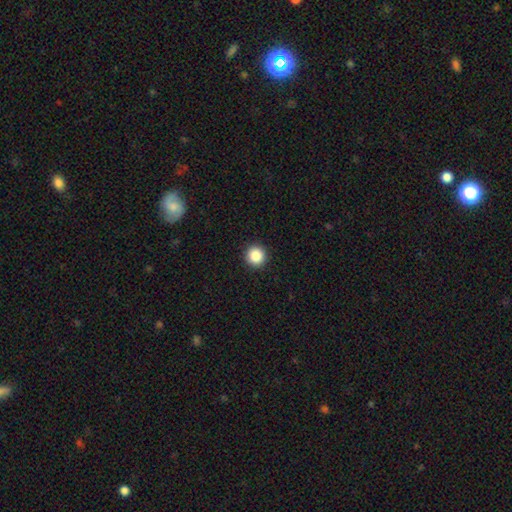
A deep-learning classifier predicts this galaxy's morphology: This is clearly a smooth galaxy (87%). How rounded: clearly round (96%). Merging: clearly none (93%).